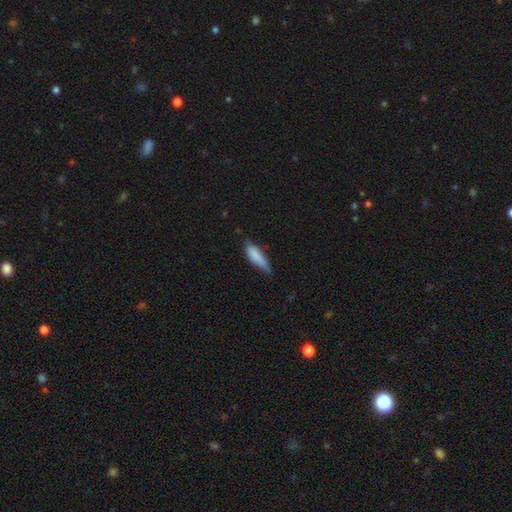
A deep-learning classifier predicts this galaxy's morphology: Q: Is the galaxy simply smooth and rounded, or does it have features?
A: smooth — 83%.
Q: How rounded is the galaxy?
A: cigar-shaped — 62%.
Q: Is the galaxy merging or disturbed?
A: none — 60%.